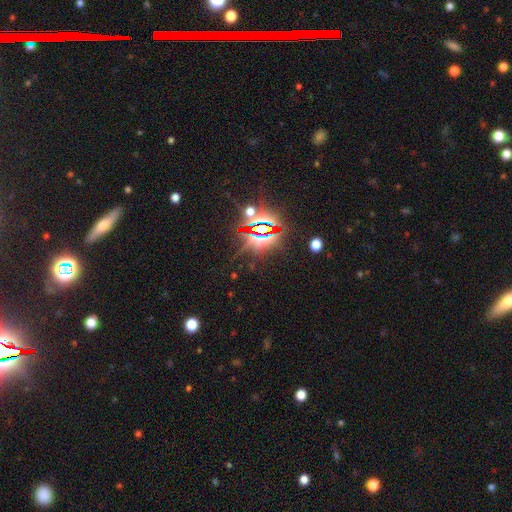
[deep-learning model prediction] This appears to be a star or artifact, not a galaxy (83%).